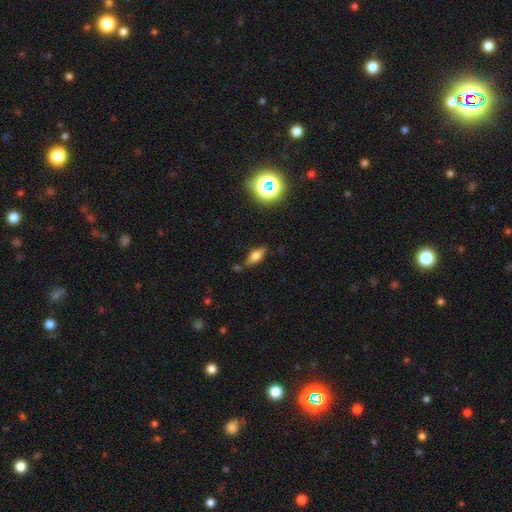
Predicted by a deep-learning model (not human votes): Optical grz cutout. It shows a smooth galaxy with no disk features (45%). Merging: none (75%).